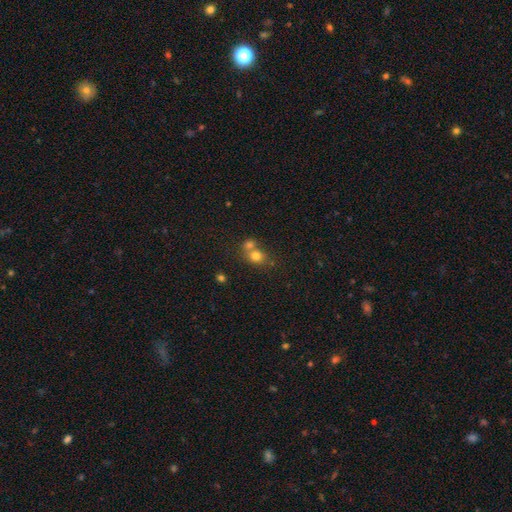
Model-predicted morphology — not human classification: A smooth galaxy with no disk features (76%) that is round (70%). Merging: merger (53%).